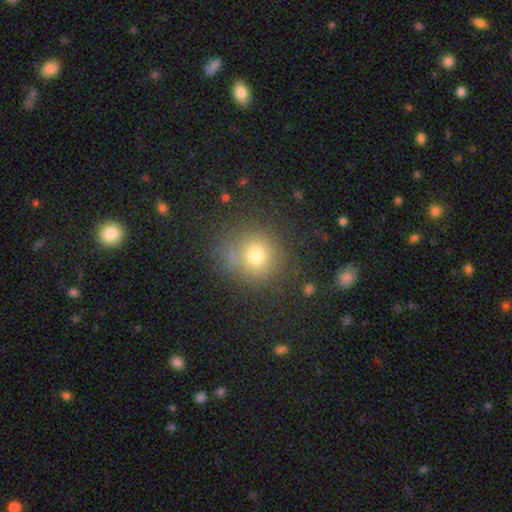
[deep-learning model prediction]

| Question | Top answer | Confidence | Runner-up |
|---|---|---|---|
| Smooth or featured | smooth | 73% | star or artifact (16%) |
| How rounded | round | 87% | in between (12%) |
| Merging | none | 72% | minor disturbance (15%) |